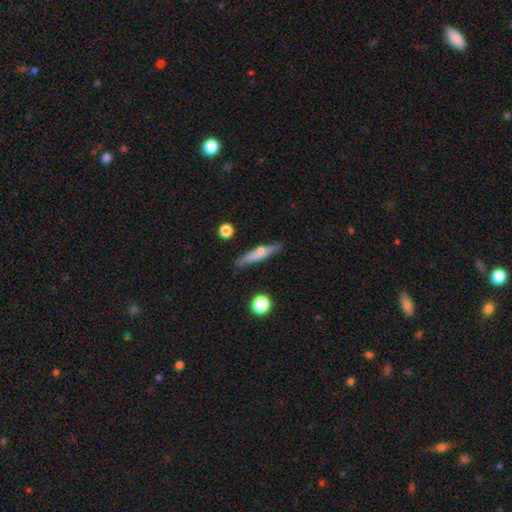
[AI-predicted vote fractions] This is possibly a smooth galaxy (48%). Merging: clearly none (85%).